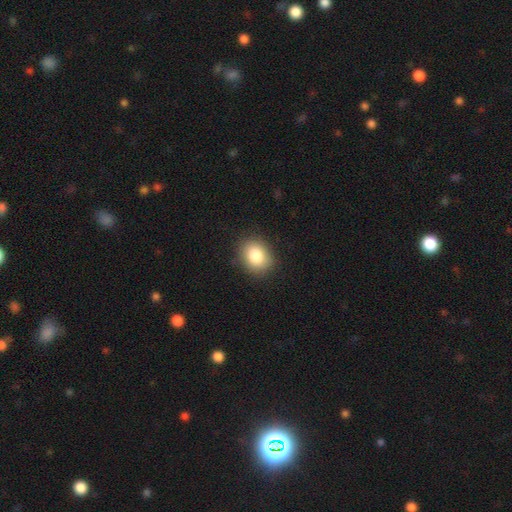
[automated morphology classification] Overall: smooth (85%). How rounded: round (51%; in between 48%). Merging: none (87%).